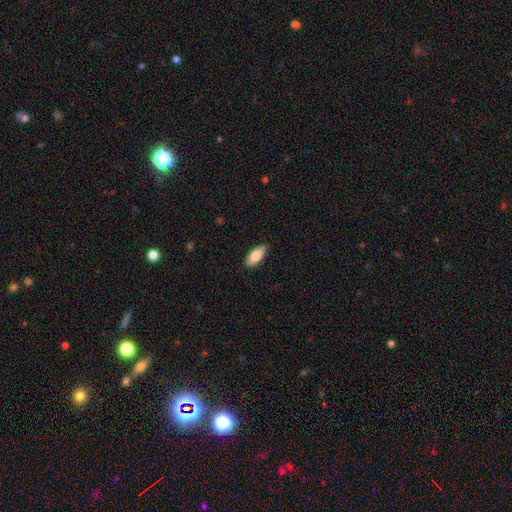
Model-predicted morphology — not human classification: A smooth galaxy with no disk features (83%) that is in between round and cigar-shaped (87%). Merging: none (88%).